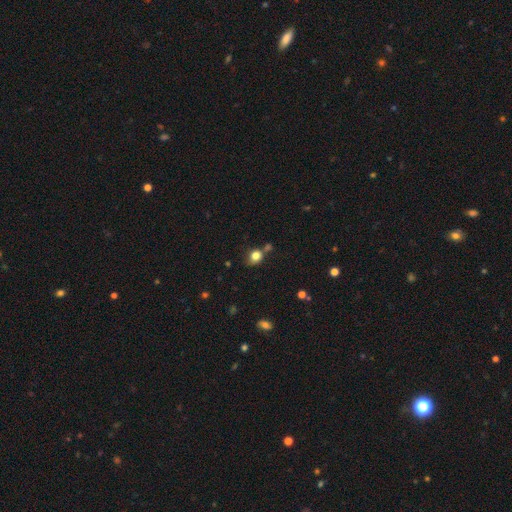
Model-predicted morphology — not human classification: This is clearly a smooth galaxy (80%). How rounded: likely round (66%). Merging: possibly none (57%).